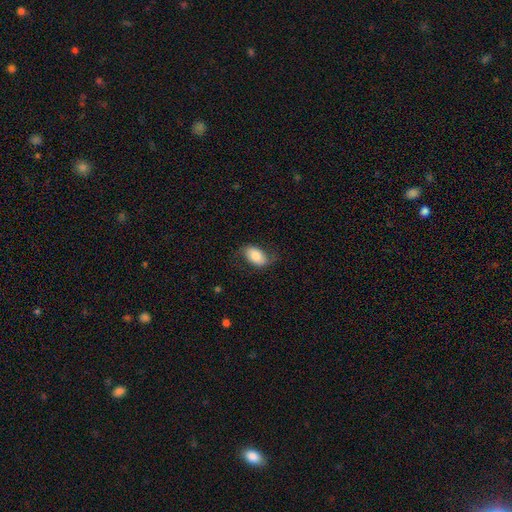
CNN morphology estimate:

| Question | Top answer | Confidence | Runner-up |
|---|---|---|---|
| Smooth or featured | smooth | 71% | featured or disk (22%) |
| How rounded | in between | 91% | round (7%) |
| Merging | none | 67% | minor disturbance (22%) |